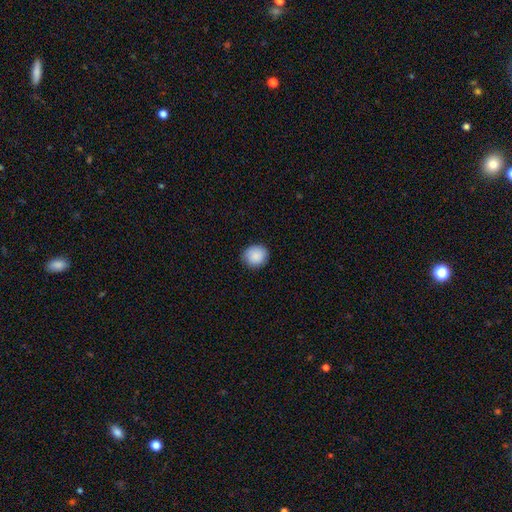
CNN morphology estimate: Smooth or featured? smooth (89%)
How rounded? round (80%)
Merging? none (87%)